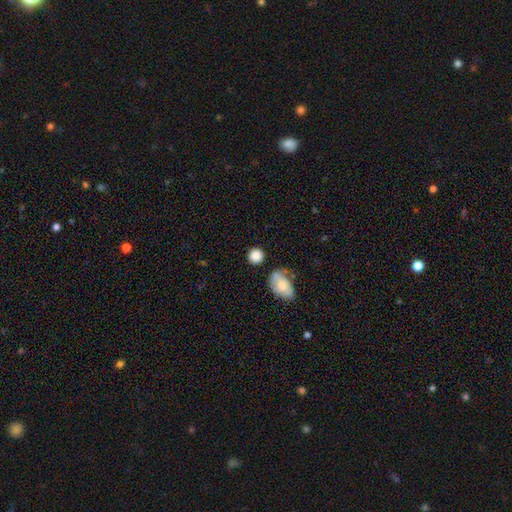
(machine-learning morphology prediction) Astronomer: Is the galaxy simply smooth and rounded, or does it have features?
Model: smooth — 87%.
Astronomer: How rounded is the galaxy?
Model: round — 86%.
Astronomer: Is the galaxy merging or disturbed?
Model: none — 78%.